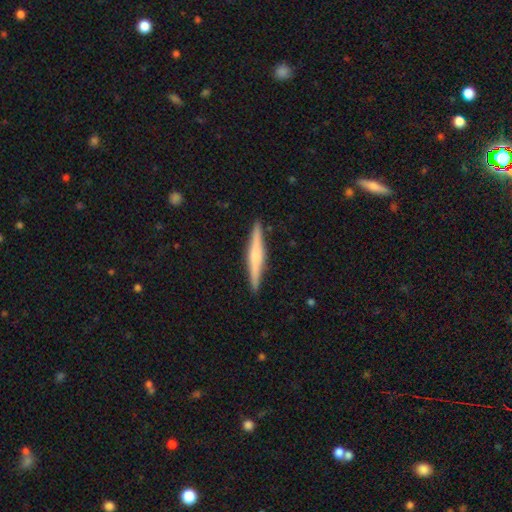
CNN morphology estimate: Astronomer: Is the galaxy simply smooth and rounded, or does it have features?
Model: featured or disk — 62%.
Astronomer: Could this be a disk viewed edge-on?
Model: yes — 98%.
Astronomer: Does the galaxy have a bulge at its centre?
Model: rounded — 66%.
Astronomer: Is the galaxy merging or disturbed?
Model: none — 92%.